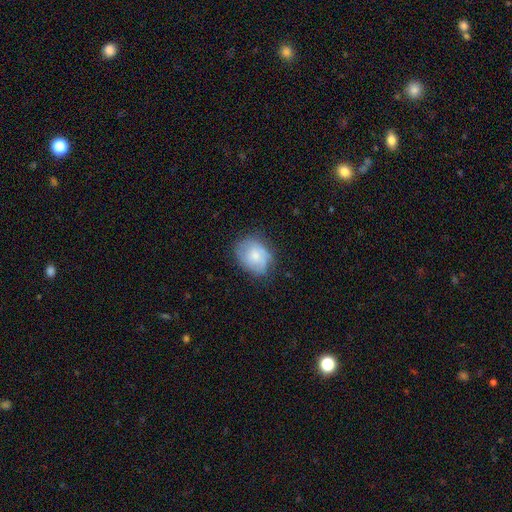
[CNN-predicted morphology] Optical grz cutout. It shows a smooth galaxy with no disk features (62%) that is in between round and cigar-shaped (56%). Merging: none (61%).